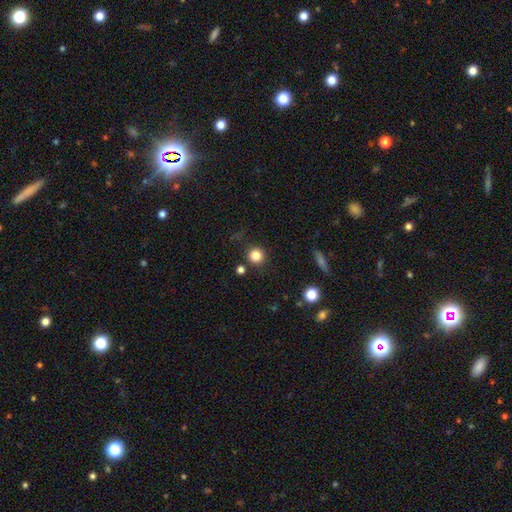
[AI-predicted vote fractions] This is clearly a smooth galaxy (83%). How rounded: clearly round (93%). Merging: clearly none (86%).